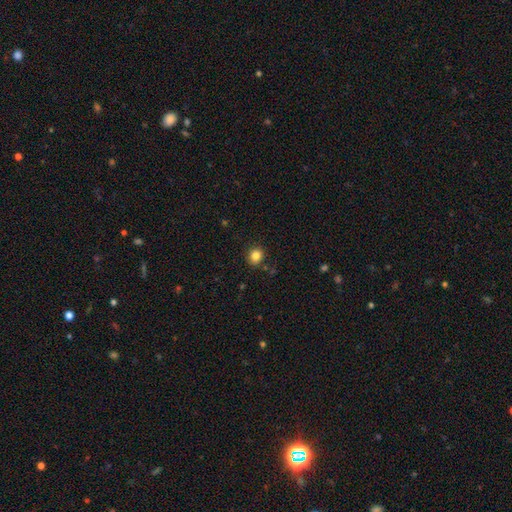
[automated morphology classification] smooth-or-featured: smooth: 83% | star or artifact: 11% | featured or disk: 5%
  how-rounded: round: 77% | in between: 23% | cigar-shaped: 1%
  merging: none: 88% | minor disturbance: 9% | major disturbance: 2% | merger: 2%